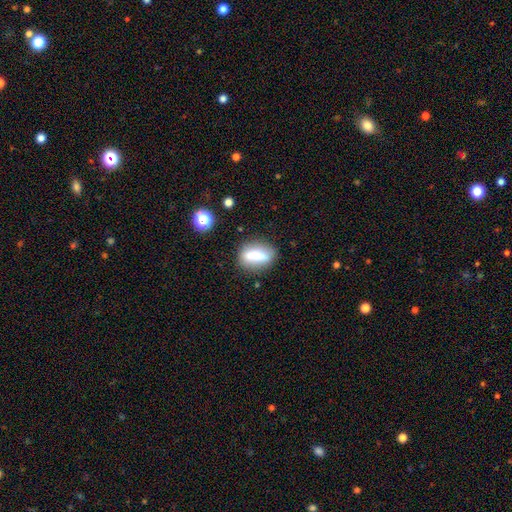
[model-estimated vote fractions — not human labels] smooth_or_featured: smooth (p=0.69) [alt: featured or disk p=0.22]
how_rounded: in between (p=0.68) [alt: cigar-shaped p=0.18]
merging: none (p=0.77) [alt: minor disturbance p=0.14]